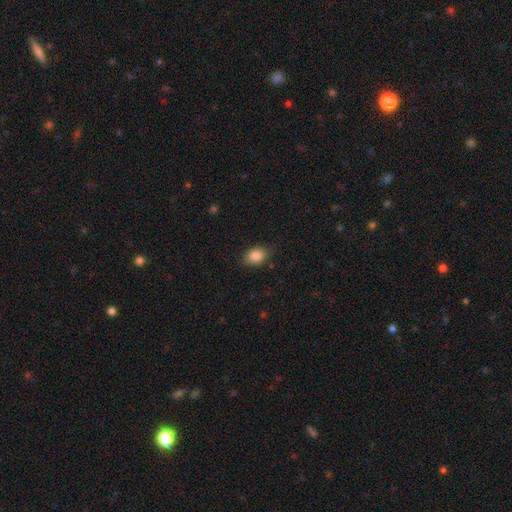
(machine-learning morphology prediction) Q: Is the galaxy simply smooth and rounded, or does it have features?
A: smooth — 86%.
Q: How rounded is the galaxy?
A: in between — 77%.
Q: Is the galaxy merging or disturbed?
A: none — 82%.